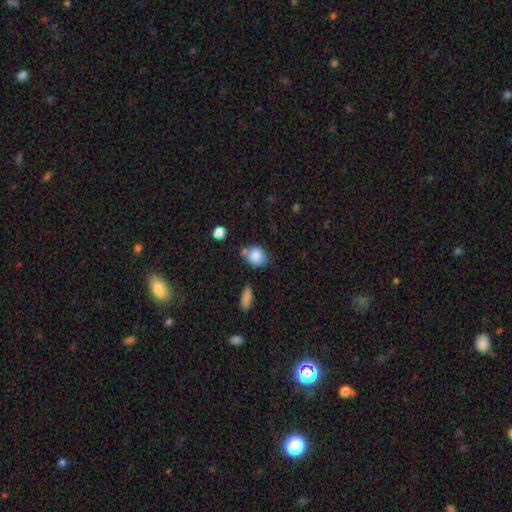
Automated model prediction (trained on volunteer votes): Q: Smooth or featured?
A: smooth (85%); runner-up: star or artifact (9%)
Q: How rounded?
A: round (63%); runner-up: in between (35%)
Q: Merging?
A: none (61%); runner-up: minor disturbance (18%)